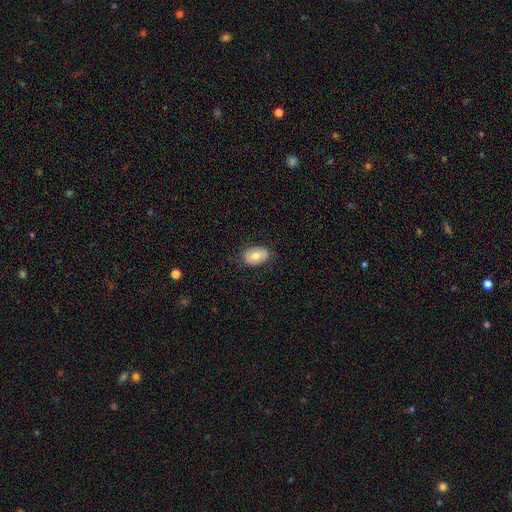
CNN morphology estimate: Smooth or featured?
  - smooth: 72% *
  - featured or disk: 20%
  - star or artifact: 7%
How rounded?
  - in between: 82% *
  - round: 17%
  - cigar-shaped: 1%
Merging?
  - none: 81% *
  - minor disturbance: 15%
  - major disturbance: 3%
  - merger: 1%